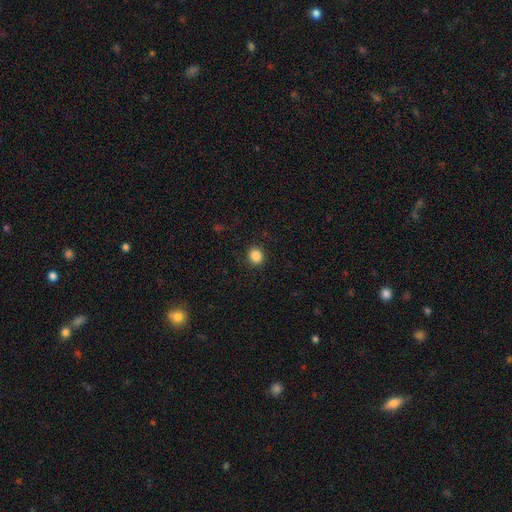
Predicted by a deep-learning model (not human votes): Smooth or featured? Predicted: smooth (p=0.86). How rounded? Predicted: round (p=0.77). Merging? Predicted: none (p=0.89).